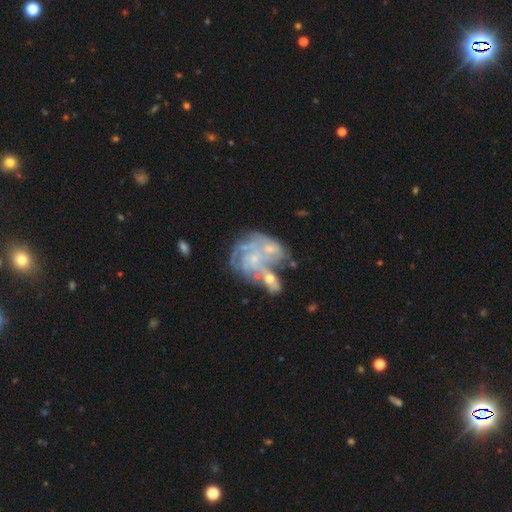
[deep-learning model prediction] smooth_or_featured: featured or disk (p=0.77) [alt: smooth p=0.15]
disk_edge_on: no (p=0.98) [alt: yes p=0.02]
bar: no (p=0.79) [alt: weak p=0.17]
has_spiral_arms: yes (p=0.74) [alt: no p=0.26]
spiral_winding: tight (p=0.60) [alt: medium p=0.28]
spiral_arm_count: can't tell (p=0.48) [alt: 3 p=0.15]
bulge_size: small (p=0.63) [alt: none p=0.19]
merging: merger (p=0.38) [alt: none p=0.29]